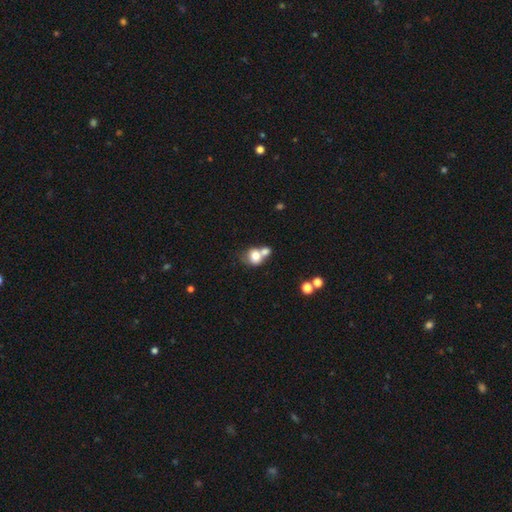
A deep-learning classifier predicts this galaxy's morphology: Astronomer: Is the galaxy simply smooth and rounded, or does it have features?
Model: smooth — 74%.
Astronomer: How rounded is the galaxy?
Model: round — 64%.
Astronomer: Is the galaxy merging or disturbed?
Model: merger — 56%.